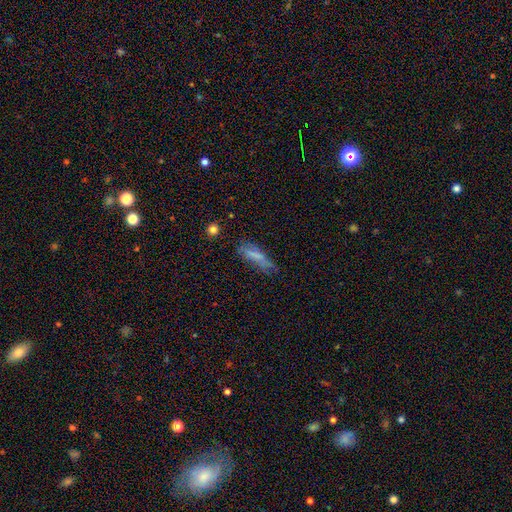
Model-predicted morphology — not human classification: This appears to be a smooth galaxy with no disk features (64%) that is cigar-shaped (66%). Merging: none (55%).